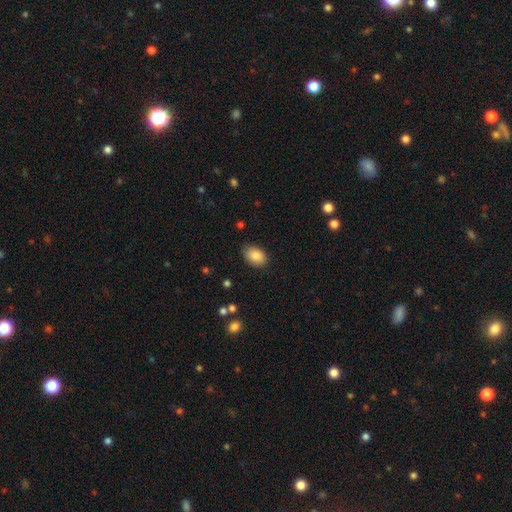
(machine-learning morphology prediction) A smooth galaxy with no disk features (87%) that is in between round and cigar-shaped (83%).

Vote fractions:
- Smooth or featured? smooth: 87% / star or artifact: 7% / featured or disk: 6%
- How rounded? in between: 83% / round: 16% / cigar-shaped: 1%
- Merging? none: 83% / minor disturbance: 13% / major disturbance: 3% / merger: 1%